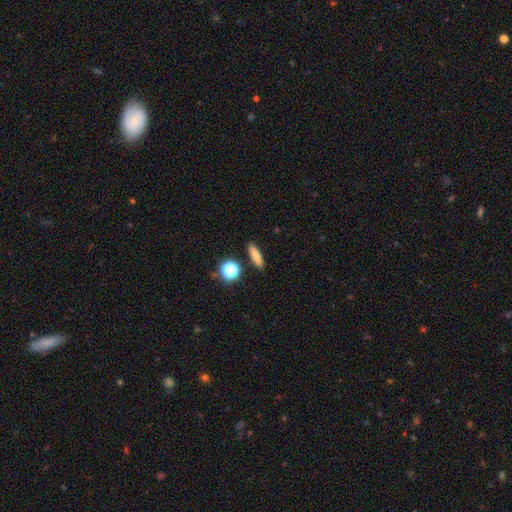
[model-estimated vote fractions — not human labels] This appears to be a smooth galaxy with no disk features (77%) that is cigar-shaped (59%). Merging: none (88%).